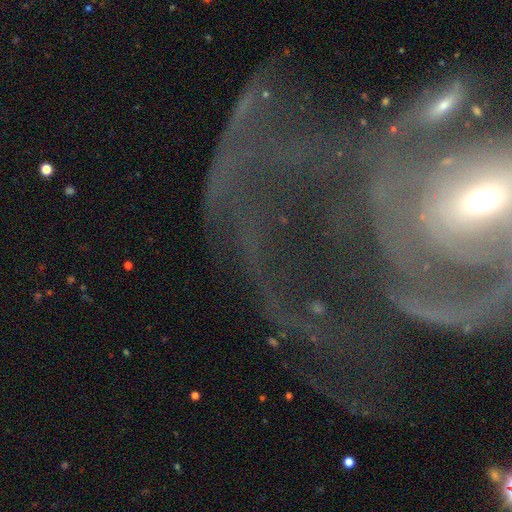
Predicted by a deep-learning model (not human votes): smooth-or-featured: featured or disk: 72% | star or artifact: 16% | smooth: 13%
  disk-edge-on: no: 92% | yes: 8%
    bar: no: 37% | strong: 31% | weak: 31%
    has-spiral-arms: yes: 72% | no: 28%
    bulge-size: moderate: 46% | small: 41% | large: 7% | none: 3% | dominant: 3%
  merging: none: 40% | major disturbance: 38% | minor disturbance: 13% | merger: 9%